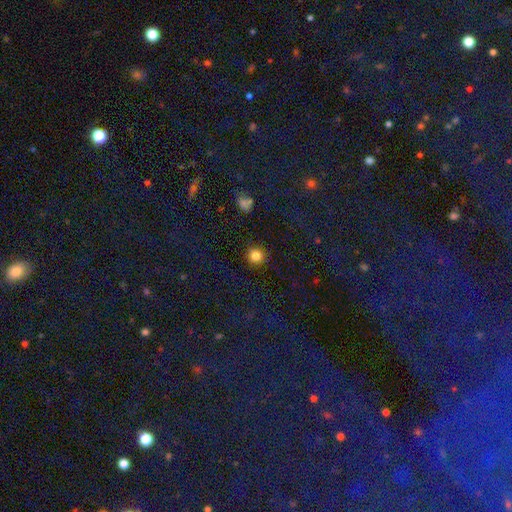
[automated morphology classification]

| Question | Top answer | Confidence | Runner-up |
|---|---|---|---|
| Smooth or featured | smooth | 84% | star or artifact (11%) |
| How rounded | round | 93% | in between (6%) |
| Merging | none | 91% | minor disturbance (6%) |